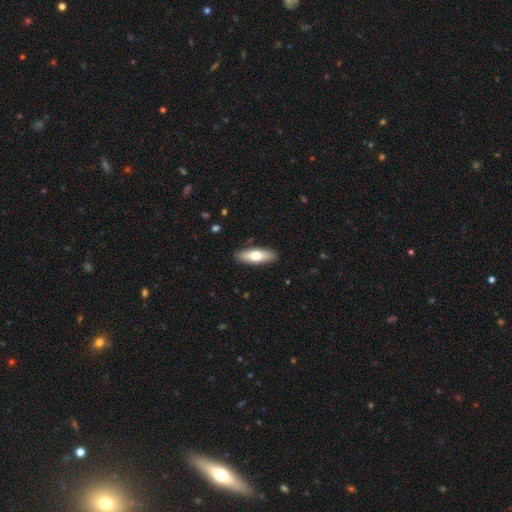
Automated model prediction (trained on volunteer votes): smooth-or-featured: smooth: 67% | featured or disk: 28% | star or artifact: 6%
  how-rounded: in between: 57% | cigar-shaped: 41% | round: 2%
  merging: none: 89% | minor disturbance: 8% | major disturbance: 2% | merger: 1%